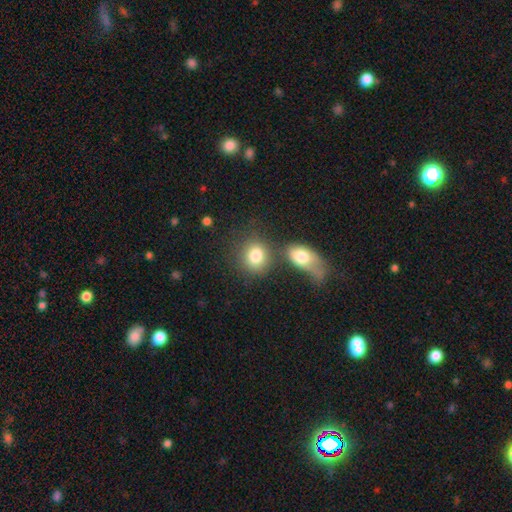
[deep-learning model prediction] This appears to be a smooth galaxy with no disk features (81%) that is round (65%). Merging: none (55%).